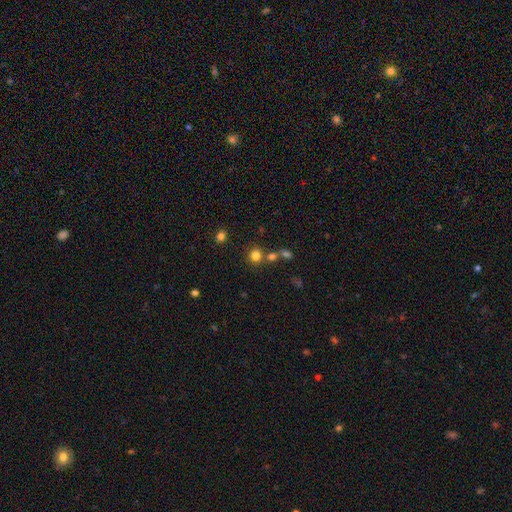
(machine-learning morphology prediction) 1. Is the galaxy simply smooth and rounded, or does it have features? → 79% smooth, 15% star or artifact, 6% featured or disk.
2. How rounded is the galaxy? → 88% round, 11% in between, 1% cigar-shaped.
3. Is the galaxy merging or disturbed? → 71% none, 18% merger, 8% minor disturbance, 4% major disturbance.